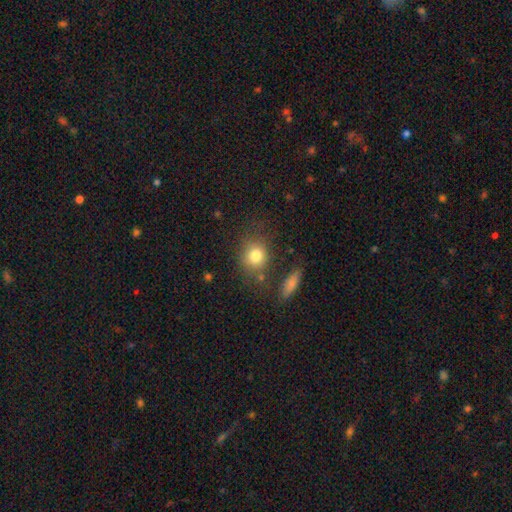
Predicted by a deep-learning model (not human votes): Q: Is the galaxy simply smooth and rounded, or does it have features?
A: smooth — 80%.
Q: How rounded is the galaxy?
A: round — 72%.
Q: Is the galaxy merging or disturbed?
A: none — 72%.